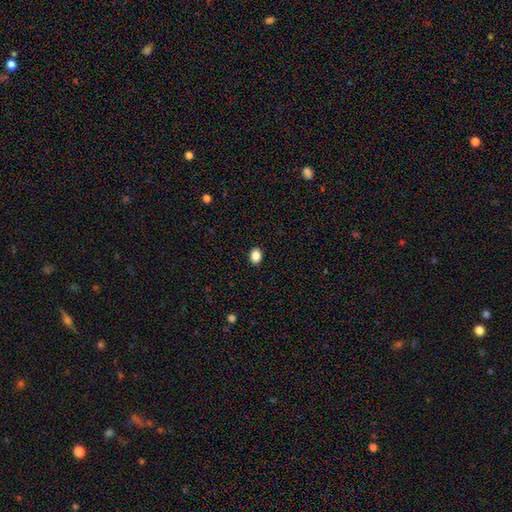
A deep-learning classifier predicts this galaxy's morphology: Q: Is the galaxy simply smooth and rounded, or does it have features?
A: smooth — 87%.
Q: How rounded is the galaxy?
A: in between — 65%.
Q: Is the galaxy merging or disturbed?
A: none — 91%.